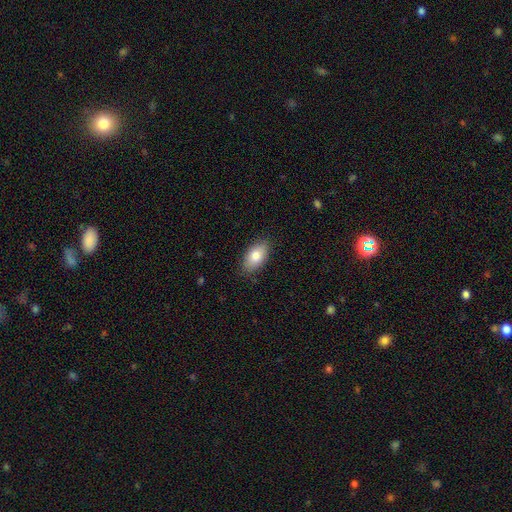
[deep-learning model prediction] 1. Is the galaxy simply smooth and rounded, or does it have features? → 81% smooth, 12% featured or disk, 7% star or artifact.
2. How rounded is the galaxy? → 93% in between, 4% round, 3% cigar-shaped.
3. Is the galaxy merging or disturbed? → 85% none, 11% minor disturbance, 2% major disturbance, 1% merger.